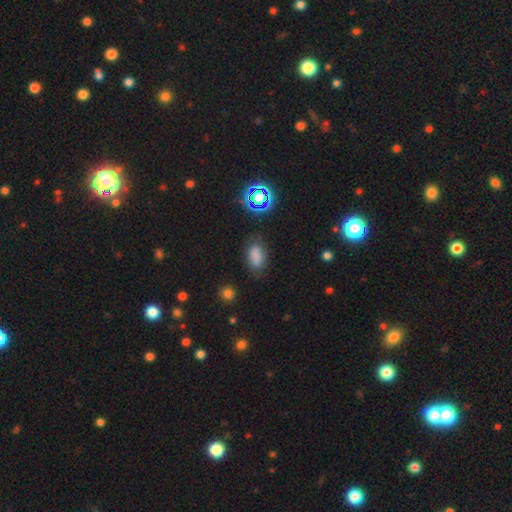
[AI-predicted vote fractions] The model was most divided on "merging": none: 75%, minor disturbance: 17%, major disturbance: 5%, merger: 3%. More confident: how rounded — in between (89%); smooth or featured — smooth (78%).